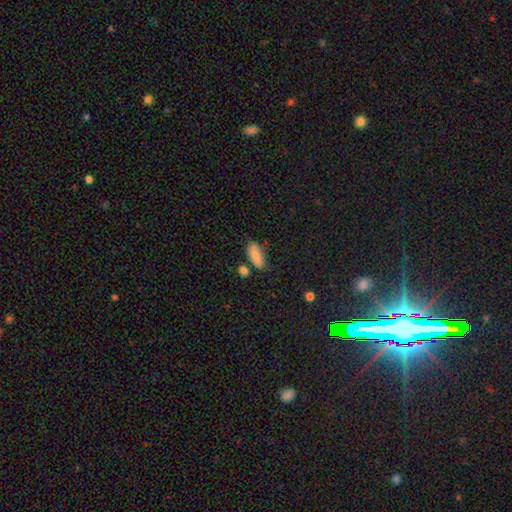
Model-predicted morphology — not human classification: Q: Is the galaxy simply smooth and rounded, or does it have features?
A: smooth — 85%.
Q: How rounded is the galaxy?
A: in between — 82%.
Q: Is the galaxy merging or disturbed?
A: none — 62%.